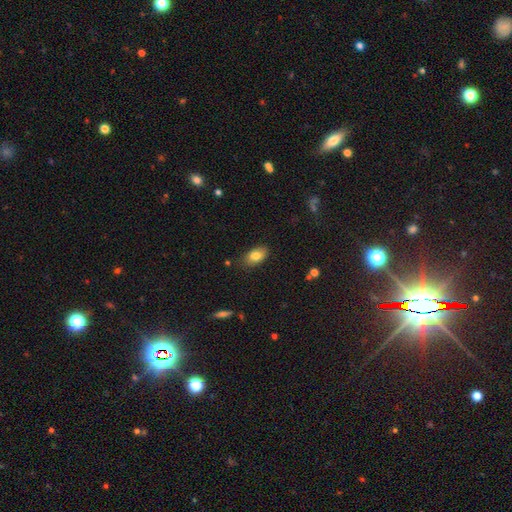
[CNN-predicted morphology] Smooth or featured: smooth — 81% (featured or disk — 11%)
How rounded: in between — 90% (round — 7%)
Merging: none — 80% (minor disturbance — 16%)